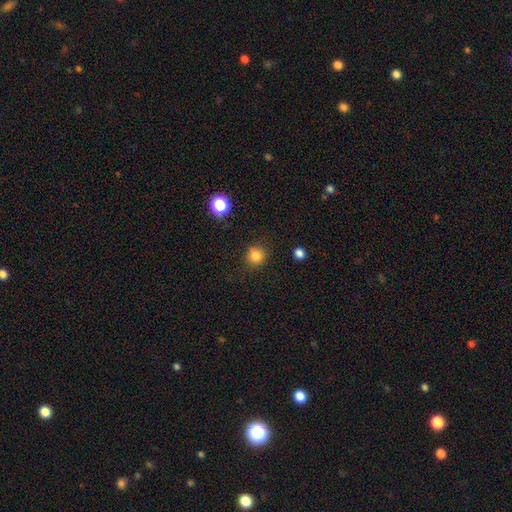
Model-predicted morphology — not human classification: Smooth or featured? Predicted: smooth (p=0.82). How rounded? Predicted: round (p=0.89). Merging? Predicted: none (p=0.84).